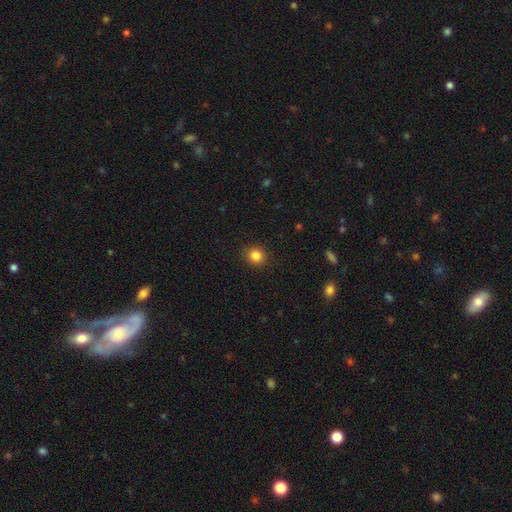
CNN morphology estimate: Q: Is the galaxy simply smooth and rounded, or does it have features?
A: smooth — 85%.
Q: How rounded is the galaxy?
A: round — 85%.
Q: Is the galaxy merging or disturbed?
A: none — 91%.